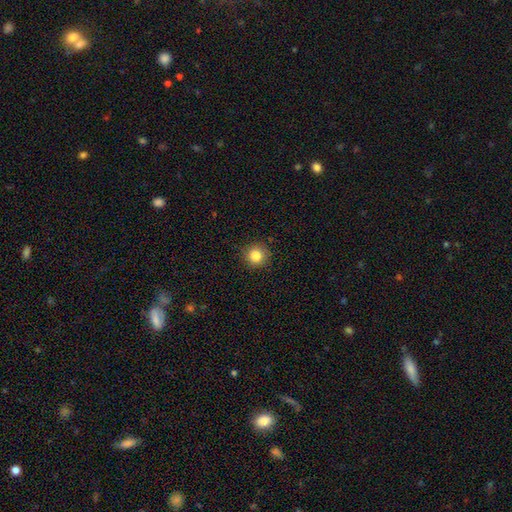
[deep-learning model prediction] Smooth or featured? smooth (83%)
How rounded? round (93%)
Merging? none (90%)